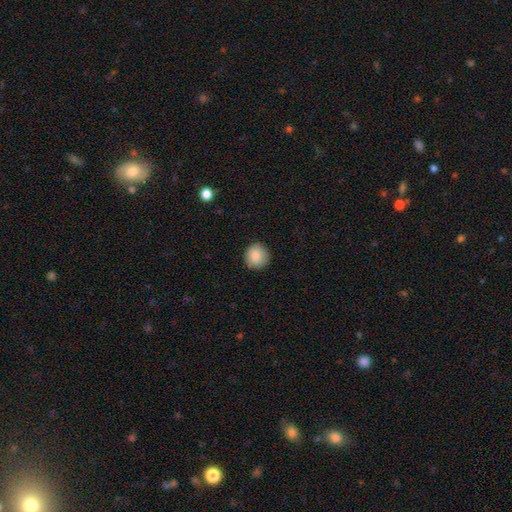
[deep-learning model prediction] Smooth or featured? Predicted: smooth (p=0.88). How rounded? Predicted: round (p=0.92). Merging? Predicted: none (p=0.89).